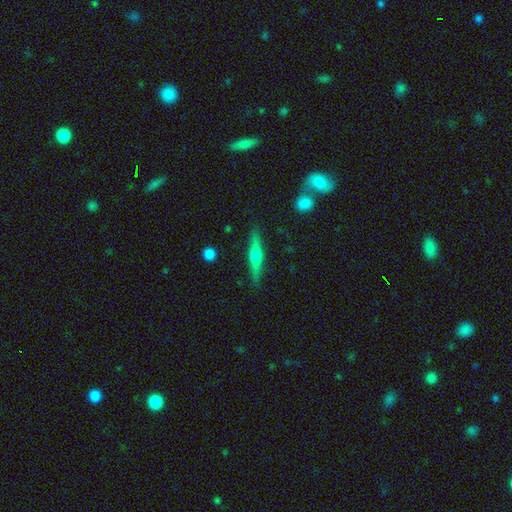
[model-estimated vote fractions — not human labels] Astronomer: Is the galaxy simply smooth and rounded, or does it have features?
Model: featured or disk — 57% (runner-up: smooth, 37%).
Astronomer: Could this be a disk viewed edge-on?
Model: yes — 96%.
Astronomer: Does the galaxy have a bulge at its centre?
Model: rounded — 90%.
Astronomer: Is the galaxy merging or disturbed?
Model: none — 88%.